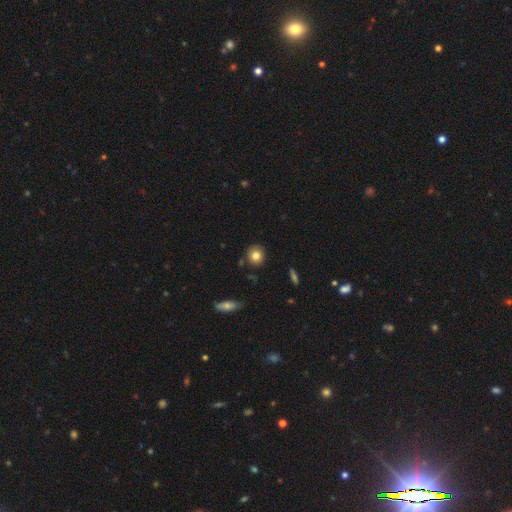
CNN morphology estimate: Q: Smooth or featured?
A: smooth (81%); runner-up: star or artifact (10%)
Q: How rounded?
A: round (85%); runner-up: in between (14%)
Q: Merging?
A: none (86%); runner-up: minor disturbance (9%)